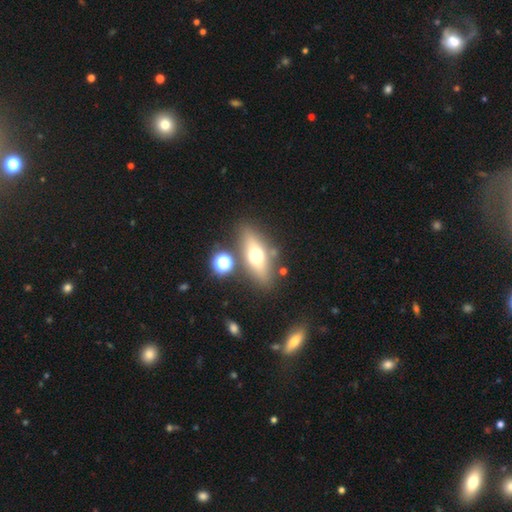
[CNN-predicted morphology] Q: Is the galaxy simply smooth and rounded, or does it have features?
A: smooth — 48%.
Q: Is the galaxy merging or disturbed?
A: none — 79%.